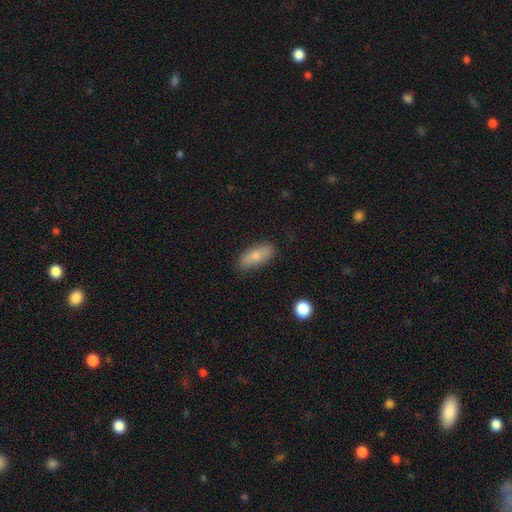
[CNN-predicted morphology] type=smooth (78%); roundness=in between (82%); merging=none (83%).